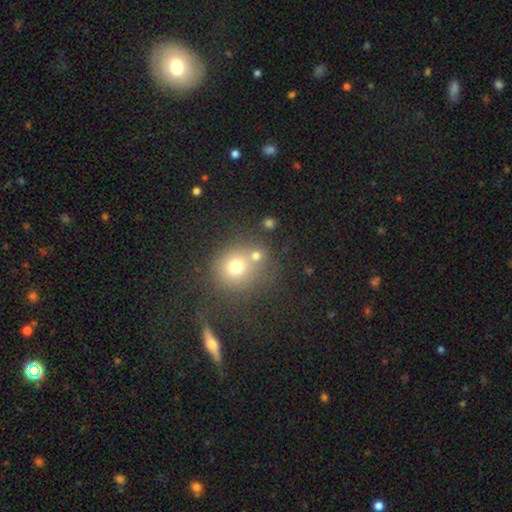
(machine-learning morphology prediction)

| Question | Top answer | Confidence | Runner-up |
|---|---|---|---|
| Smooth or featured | smooth | 70% | star or artifact (19%) |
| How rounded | round | 83% | in between (16%) |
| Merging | none | 56% | merger (31%) |